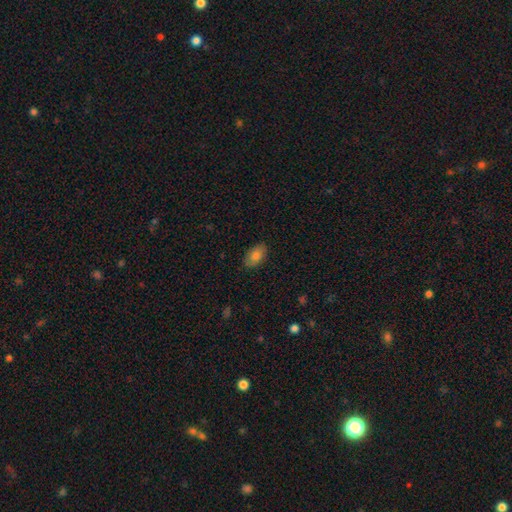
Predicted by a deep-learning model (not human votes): Smooth or featured? Predicted: smooth (p=0.80). How rounded? Predicted: in between (p=0.92). Merging? Predicted: none (p=0.86).